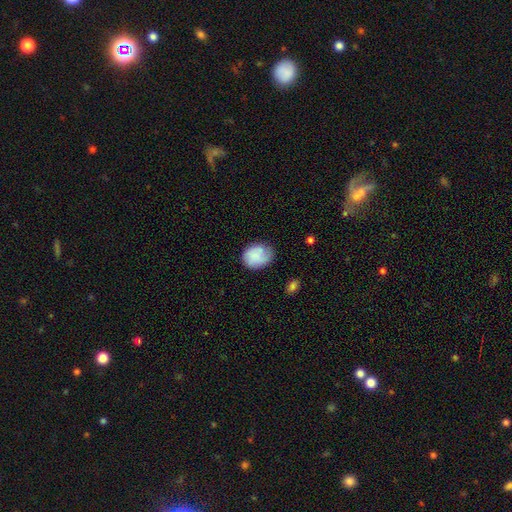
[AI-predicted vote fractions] smooth_or_featured: smooth (p=0.76) [alt: featured or disk p=0.16]
how_rounded: in between (p=0.53) [alt: round p=0.46]
merging: none (p=0.61) [alt: minor disturbance p=0.28]